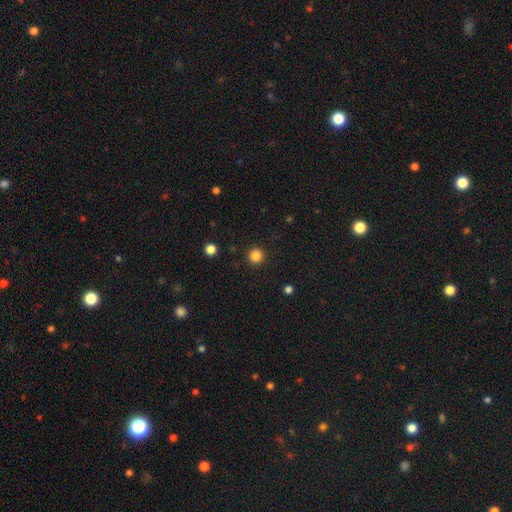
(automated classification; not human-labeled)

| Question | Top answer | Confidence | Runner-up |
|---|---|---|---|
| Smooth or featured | smooth | 85% | star or artifact (12%) |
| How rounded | round | 96% | in between (3%) |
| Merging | none | 92% | minor disturbance (5%) |